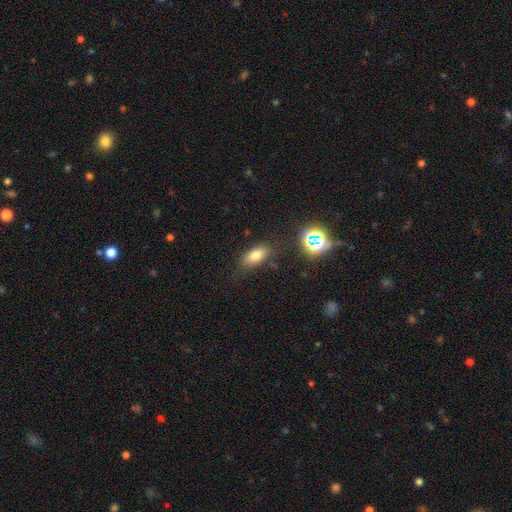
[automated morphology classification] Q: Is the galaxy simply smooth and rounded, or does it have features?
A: smooth — 73%.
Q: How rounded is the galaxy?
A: in between — 84%.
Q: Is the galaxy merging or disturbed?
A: none — 77%.